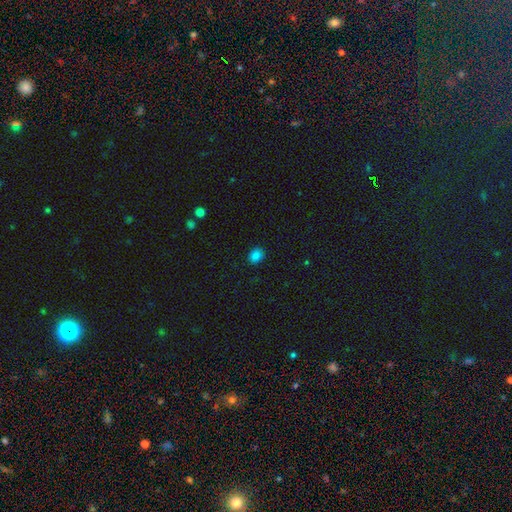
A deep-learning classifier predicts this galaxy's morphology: Smooth or featured: smooth — 82% (star or artifact — 12%)
How rounded: round — 51% (in between — 48%)
Merging: none — 89% (minor disturbance — 8%)